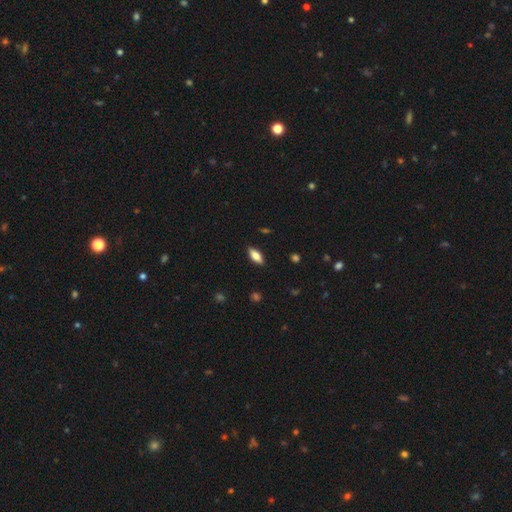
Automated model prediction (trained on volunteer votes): A smooth galaxy with no disk features (74%) that is in between round and cigar-shaped (78%). Merging: none (88%).